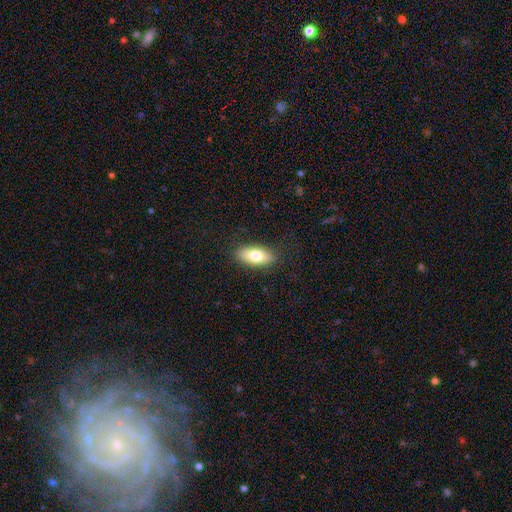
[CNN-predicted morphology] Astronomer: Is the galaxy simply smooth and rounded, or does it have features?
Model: smooth — 76%.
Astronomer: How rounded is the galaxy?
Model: in between — 86%.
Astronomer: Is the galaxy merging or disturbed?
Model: none — 87%.